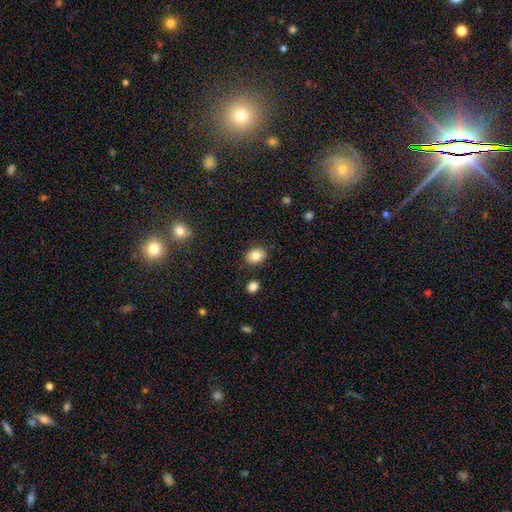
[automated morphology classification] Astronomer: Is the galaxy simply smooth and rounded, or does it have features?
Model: smooth — 83%.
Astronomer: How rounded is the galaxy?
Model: in between — 74%.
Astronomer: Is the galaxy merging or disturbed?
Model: none — 86%.